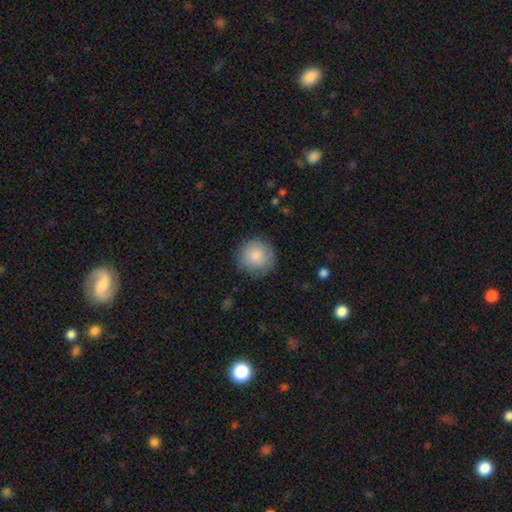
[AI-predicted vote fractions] This appears to be a smooth galaxy with no disk features (87%) that is round (94%). Merging: none (84%).